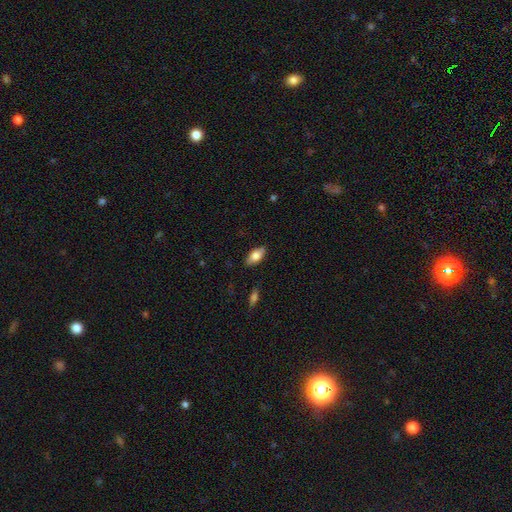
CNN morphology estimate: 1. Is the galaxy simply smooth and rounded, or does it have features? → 74% smooth, 19% featured or disk, 7% star or artifact.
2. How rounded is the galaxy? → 88% in between, 10% cigar-shaped, 3% round.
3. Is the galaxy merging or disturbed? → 86% none, 11% minor disturbance, 2% major disturbance, 1% merger.